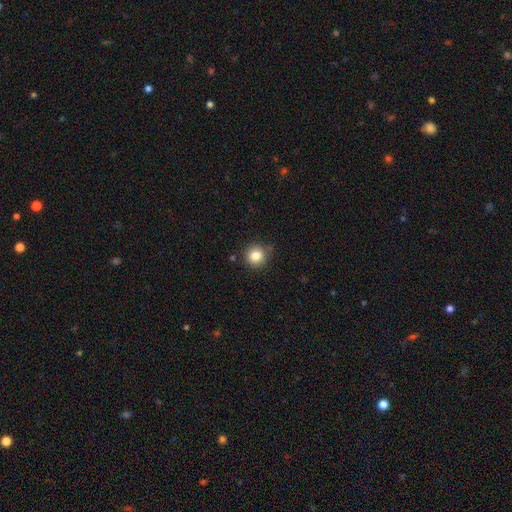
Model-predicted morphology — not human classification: type=smooth (83%); roundness=round (93%); merging=none (83%).